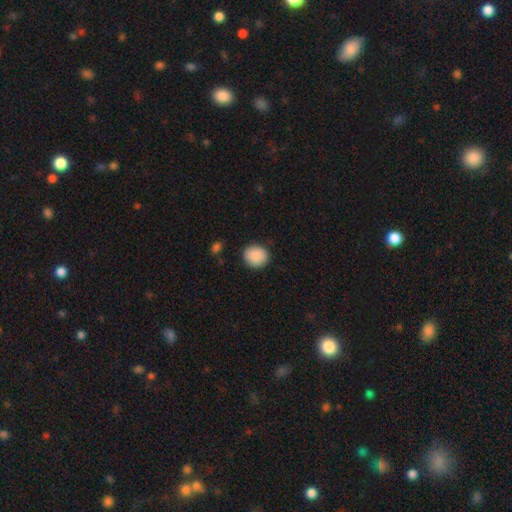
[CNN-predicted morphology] Smooth or featured? smooth (89%)
How rounded? round (83%)
Merging? none (88%)